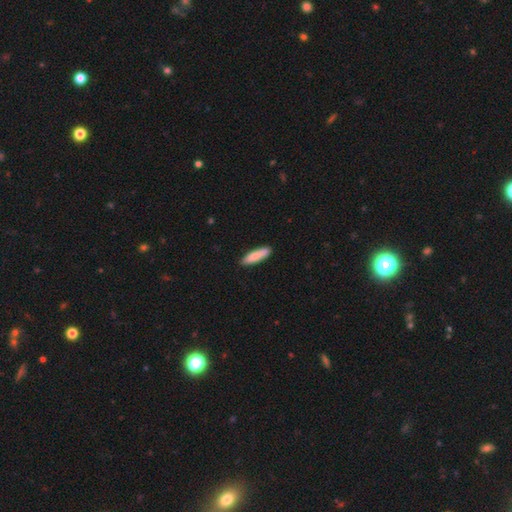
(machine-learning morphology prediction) Q: Smooth or featured?
A: smooth (83%); runner-up: featured or disk (11%)
Q: How rounded?
A: cigar-shaped (68%); runner-up: in between (31%)
Q: Merging?
A: none (89%); runner-up: minor disturbance (9%)